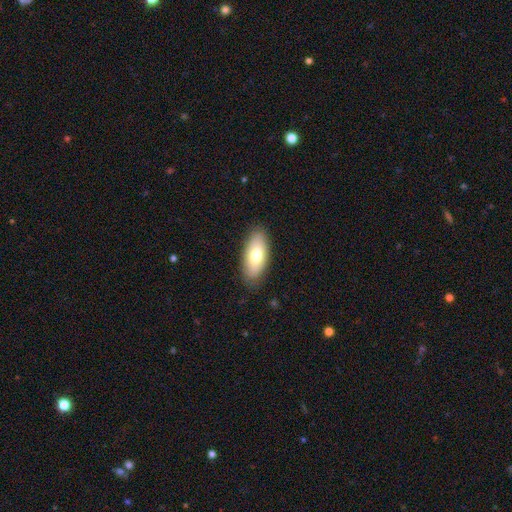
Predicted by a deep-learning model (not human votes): Smooth or featured: smooth — 71% (featured or disk — 23%)
How rounded: in between — 85% (cigar-shaped — 12%)
Merging: none — 85% (minor disturbance — 11%)